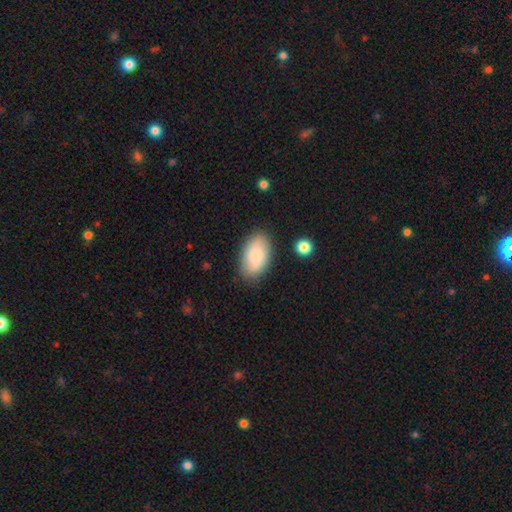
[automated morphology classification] Overall: smooth (78%). How rounded: in between (93%). Merging: none (82%).